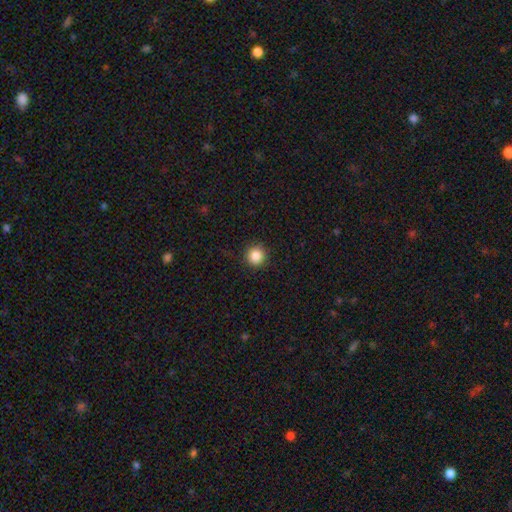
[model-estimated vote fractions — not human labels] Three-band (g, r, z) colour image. It shows a smooth galaxy with no disk features (86%) that is round (95%). Merging: none (92%).